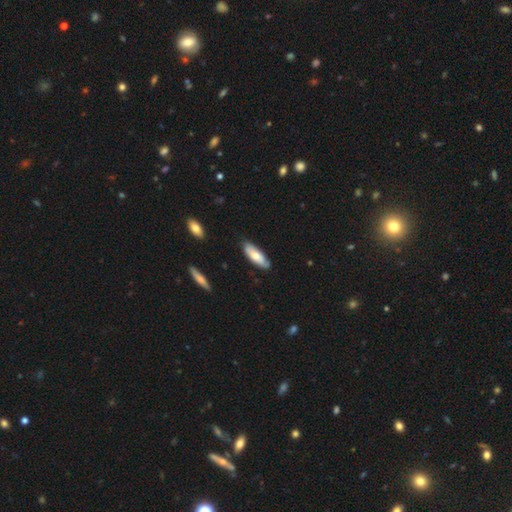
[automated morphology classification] A smooth galaxy with no disk features (65%) that is in between round and cigar-shaped (71%). Merging: none (80%).